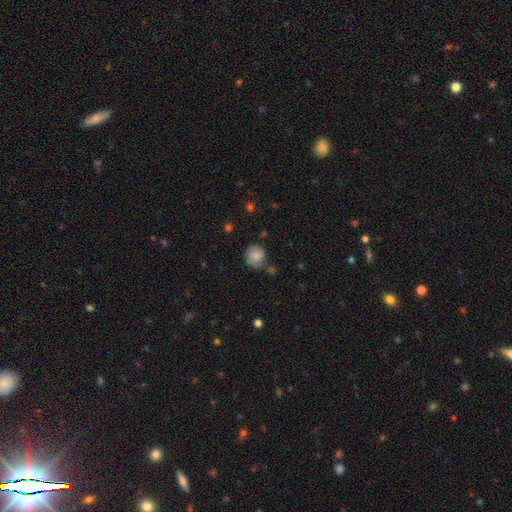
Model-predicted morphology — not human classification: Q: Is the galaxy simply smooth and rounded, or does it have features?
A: smooth — 83%.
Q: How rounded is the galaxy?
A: round — 87%.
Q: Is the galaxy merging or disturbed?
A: none — 65%.